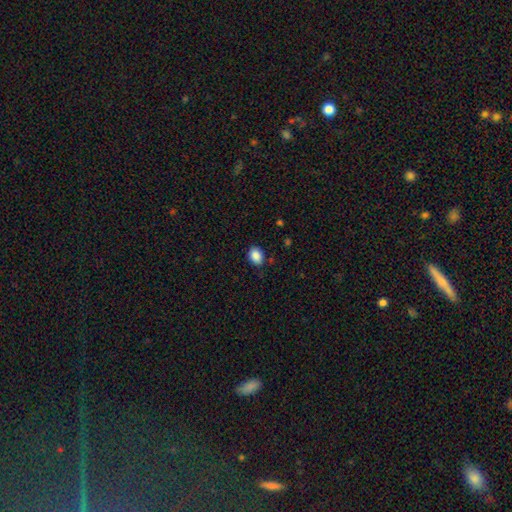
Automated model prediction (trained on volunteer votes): smooth-or-featured: smooth: 88% | star or artifact: 9% | featured or disk: 3%
  how-rounded: in between: 66% | round: 33% | cigar-shaped: 1%
  merging: none: 84% | minor disturbance: 12% | major disturbance: 3% | merger: 1%